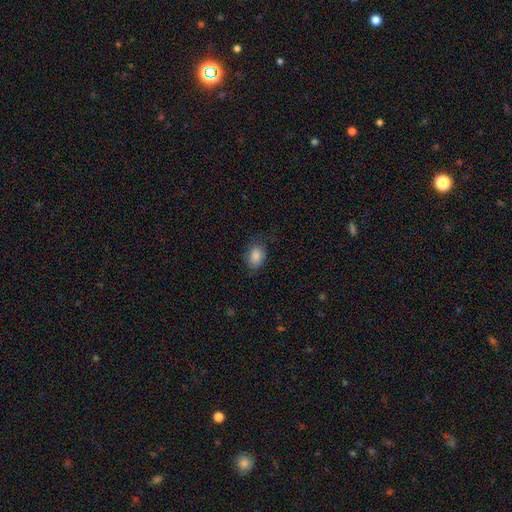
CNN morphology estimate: A smooth galaxy with no disk features (85%) that is in between round and cigar-shaped (75%). Merging: none (73%).